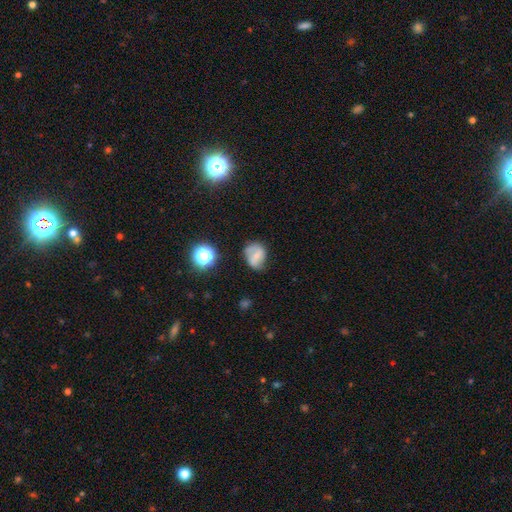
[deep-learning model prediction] smooth_or_featured: smooth (p=0.51) [alt: featured or disk p=0.36]
how_rounded: in between (p=0.50) [alt: round p=0.49]
merging: none (p=0.55) [alt: minor disturbance p=0.29]